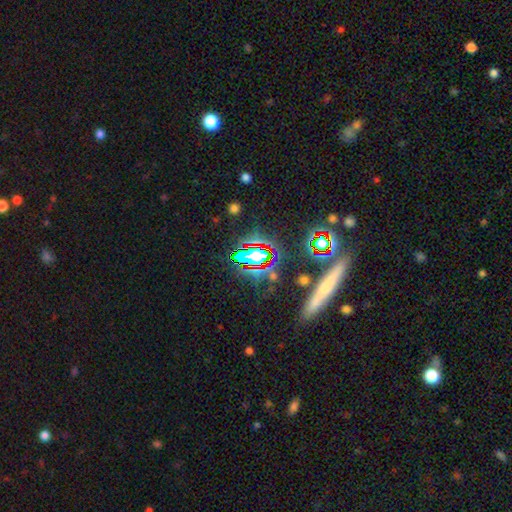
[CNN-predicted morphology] The model was most divided on "smooth or featured": star or artifact: 67%, smooth: 20%, featured or disk: 13%.